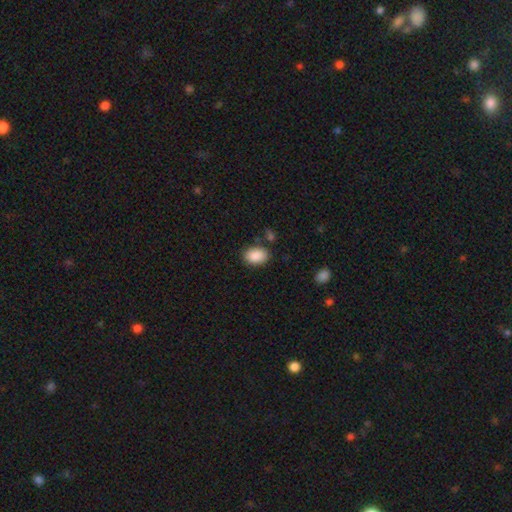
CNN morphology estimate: smooth_or_featured: smooth (p=0.89) [alt: star or artifact p=0.07]
how_rounded: in between (p=0.84) [alt: round p=0.15]
merging: none (p=0.81) [alt: minor disturbance p=0.12]